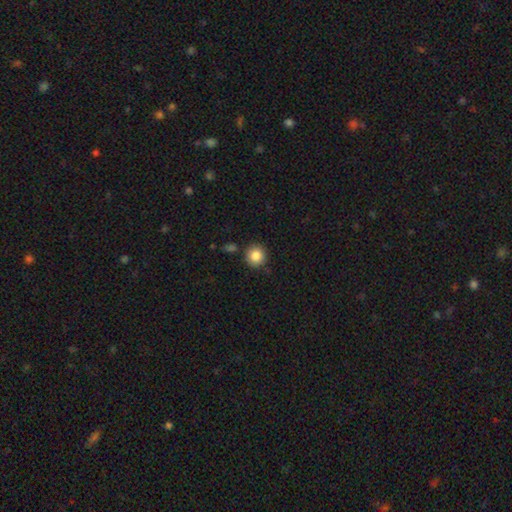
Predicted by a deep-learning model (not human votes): A smooth galaxy with no disk features (86%) that is round (92%).

Vote fractions:
- Smooth or featured? smooth: 86% / star or artifact: 9% / featured or disk: 5%
- How rounded? round: 92% / in between: 7% / cigar-shaped: 1%
- Merging? none: 86% / minor disturbance: 8% / merger: 4% / major disturbance: 2%